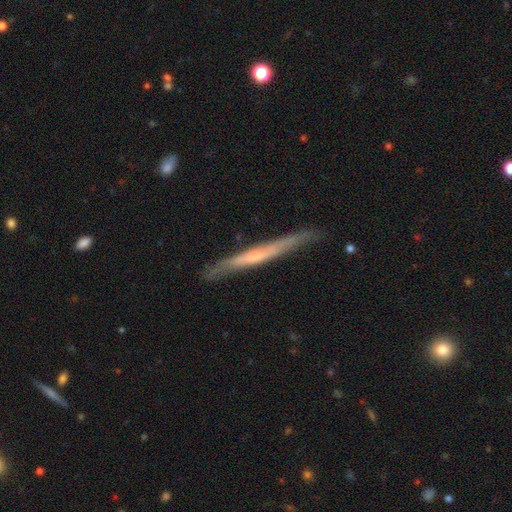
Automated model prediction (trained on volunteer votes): Smooth or featured? Predicted: featured or disk (p=0.59). Edge-on disk? Predicted: yes (p=0.93). Edge-on bulge? Predicted: none (p=0.69). Merging? Predicted: none (p=0.79).